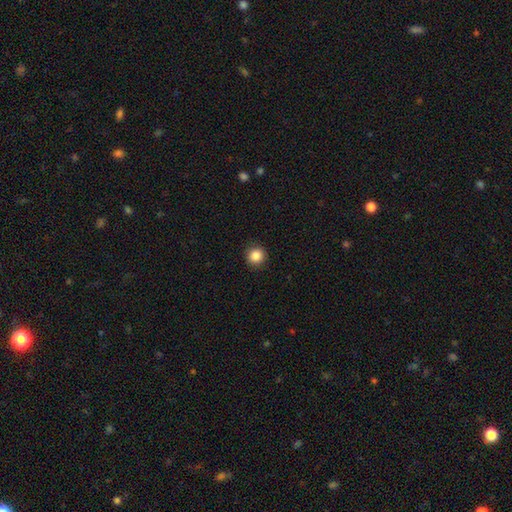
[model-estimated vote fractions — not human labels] Morphology: type=smooth (86%); roundness=round (94%); merging=none (92%).